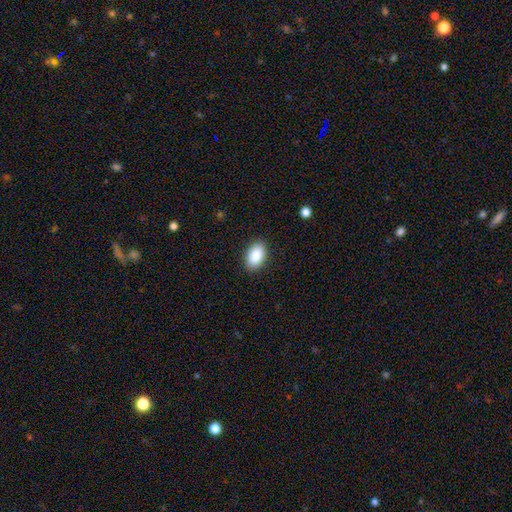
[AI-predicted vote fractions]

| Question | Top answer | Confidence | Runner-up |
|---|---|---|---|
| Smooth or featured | smooth | 88% | star or artifact (7%) |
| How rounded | in between | 92% | round (7%) |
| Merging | none | 89% | minor disturbance (8%) |